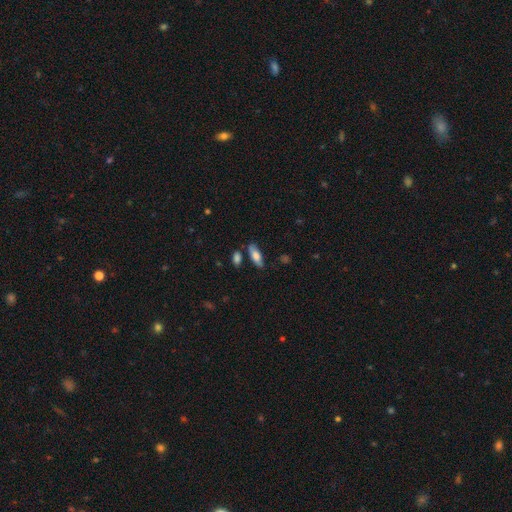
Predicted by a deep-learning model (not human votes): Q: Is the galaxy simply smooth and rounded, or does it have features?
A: smooth — 74%.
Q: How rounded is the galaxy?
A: in between — 71%.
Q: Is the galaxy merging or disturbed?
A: none — 77%.